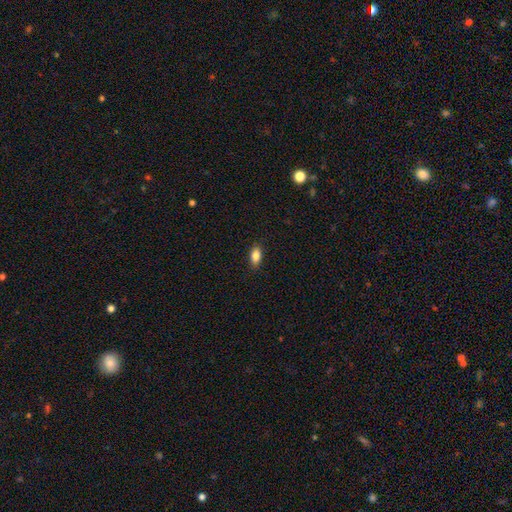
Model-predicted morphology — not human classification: type=smooth (86%); roundness=in between (87%); merging=none (87%).